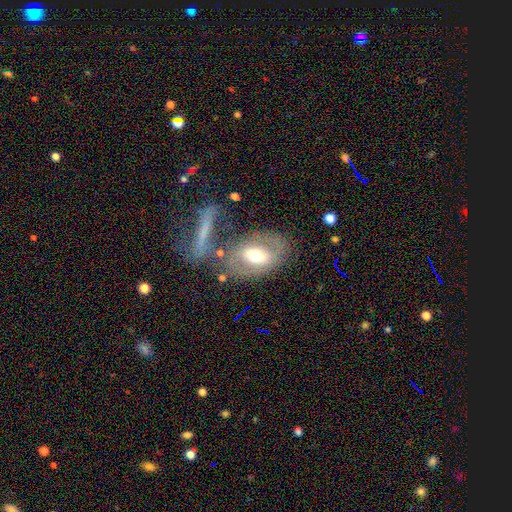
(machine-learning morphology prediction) This is possibly a featured or disk galaxy (57%). It is clearly not viewed edge-on (91%). Bar: marginally weak (37%). Spiral arm pattern: possibly no (55%). Central bulge: likely moderate (71%). Merging: likely none (61%).